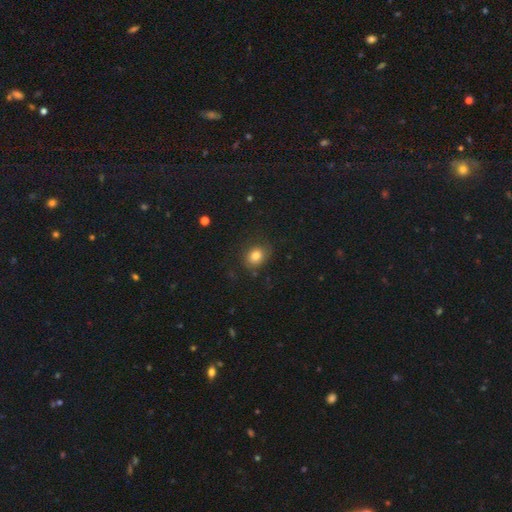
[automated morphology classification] smooth-or-featured: smooth: 78% | featured or disk: 11% | star or artifact: 11%
  how-rounded: round: 54% | in between: 45% | cigar-shaped: 1%
  merging: none: 74% | minor disturbance: 18% | major disturbance: 7% | merger: 2%